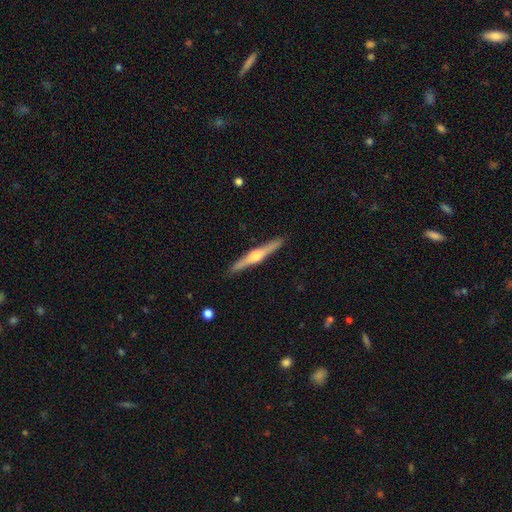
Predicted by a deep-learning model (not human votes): A featured or disk galaxy (71%) viewed edge-on (98%) with a rounded central bulge (91%). Merging: none (91%).